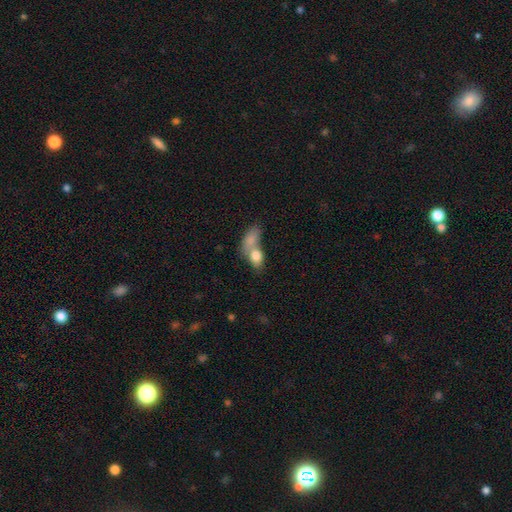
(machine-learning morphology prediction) type=smooth (79%); roundness=in between (76%); merging=merger (67%).